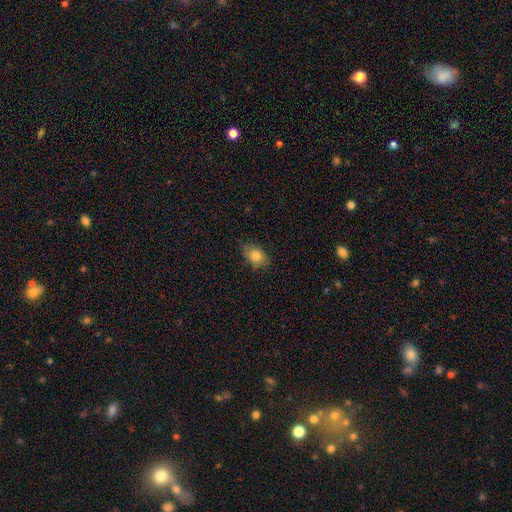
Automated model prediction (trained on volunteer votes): A smooth galaxy with no disk features (81%) that is in between round and cigar-shaped (78%). Merging: none (79%).